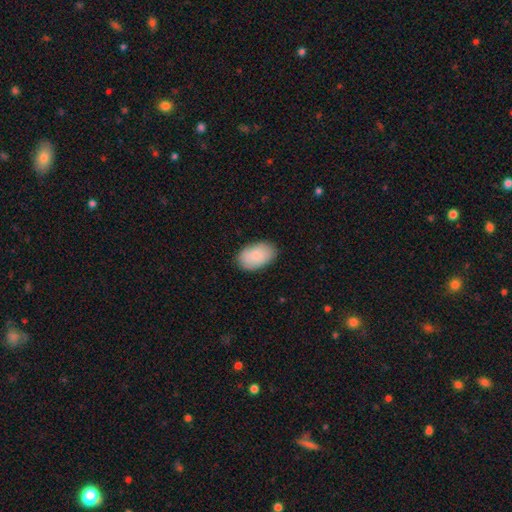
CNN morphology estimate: Smooth or featured? smooth (86%)
How rounded? in between (92%)
Merging? none (84%)